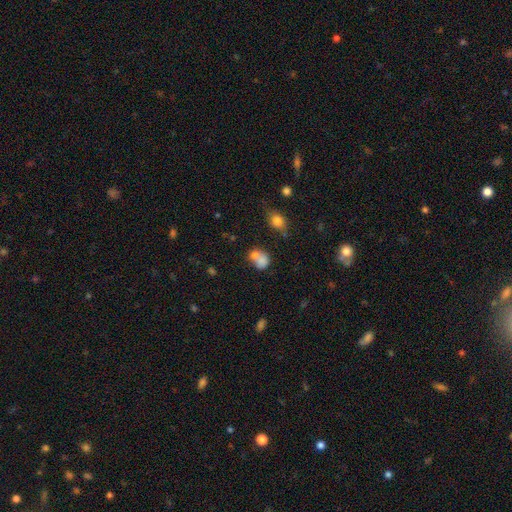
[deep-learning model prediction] Overall: smooth (76%). How rounded: round (55%; in between 44%). Merging: merger (56%; none 28%).